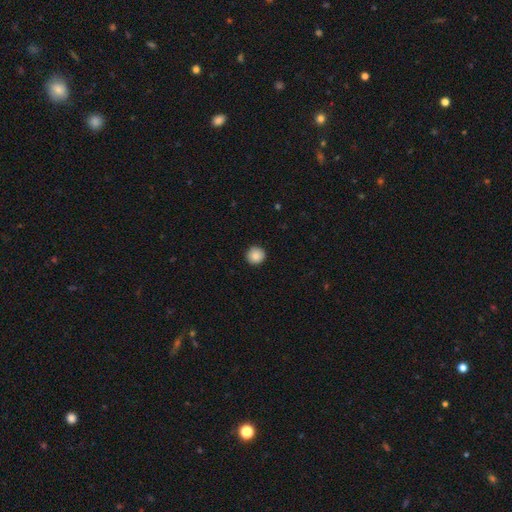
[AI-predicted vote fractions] Overall: smooth (87%). How rounded: round (94%). Merging: none (92%).